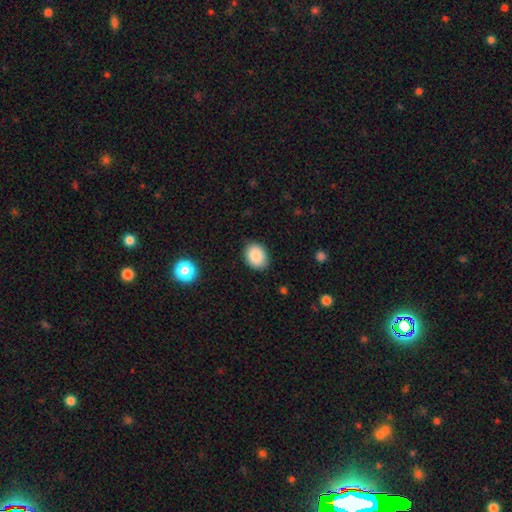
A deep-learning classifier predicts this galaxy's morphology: Overall: smooth (87%). How rounded: in between (59%; round 41%). Merging: none (87%).